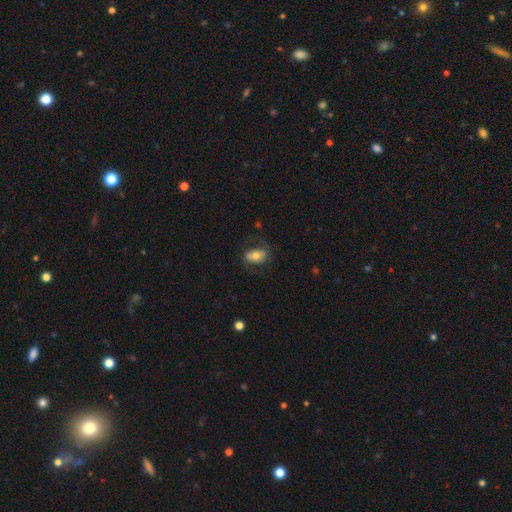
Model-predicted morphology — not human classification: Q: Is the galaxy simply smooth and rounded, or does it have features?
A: smooth — 64%.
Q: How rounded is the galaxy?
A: in between — 88%.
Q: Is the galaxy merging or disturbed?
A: none — 66%.